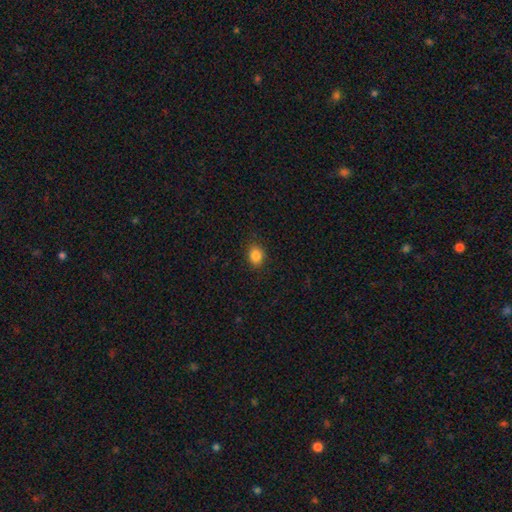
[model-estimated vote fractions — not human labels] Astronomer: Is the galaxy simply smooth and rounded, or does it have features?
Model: smooth — 85%.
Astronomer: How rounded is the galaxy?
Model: round — 50% (runner-up: in between, 49%).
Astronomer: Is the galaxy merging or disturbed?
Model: none — 88%.